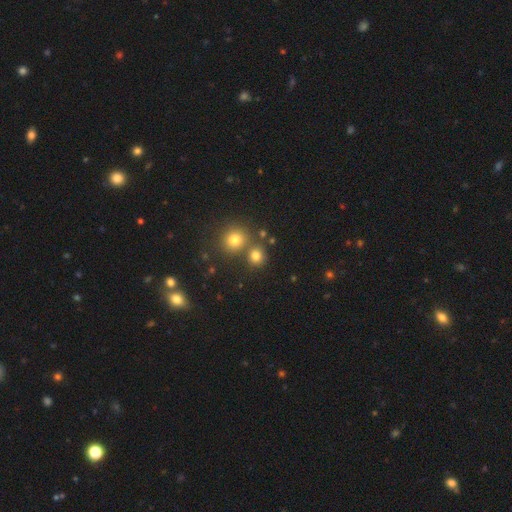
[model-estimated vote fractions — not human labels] A smooth galaxy with no disk features (76%) that is round (86%). Merging: none (71%).